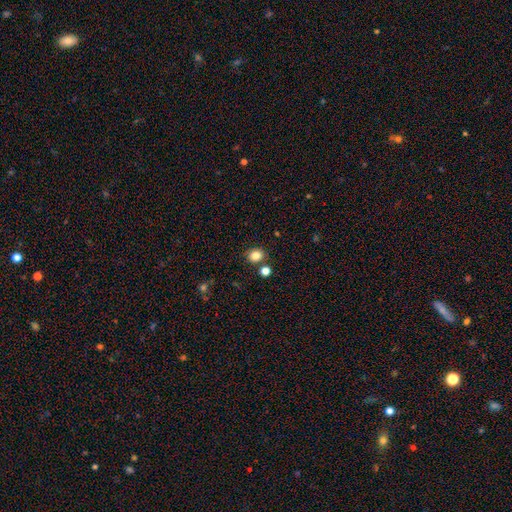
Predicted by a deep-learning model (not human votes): smooth 83%, star or artifact 12%, featured or disk 5%. Down the decision tree: how rounded — round (65%); merging — none (80%).